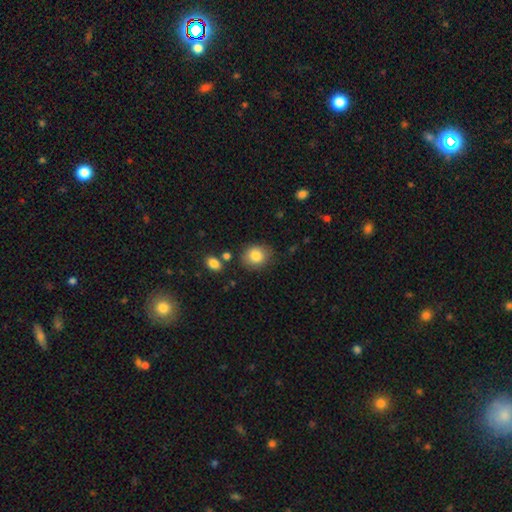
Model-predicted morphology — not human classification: smooth_or_featured: smooth (p=0.83) [alt: star or artifact p=0.09]
how_rounded: round (p=0.67) [alt: in between p=0.32]
merging: none (p=0.79) [alt: minor disturbance p=0.14]